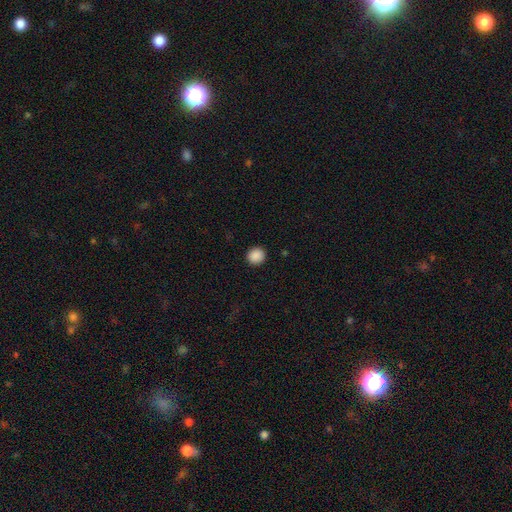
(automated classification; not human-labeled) The model was most divided on "how rounded": round: 85%, in between: 14%, cigar-shaped: 1%. More confident: merging — none (92%); smooth or featured — smooth (89%).